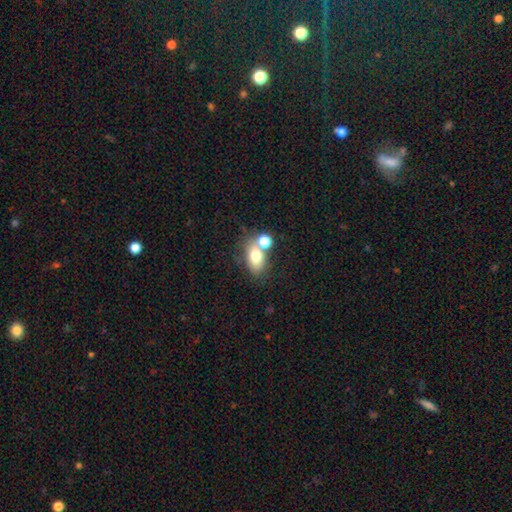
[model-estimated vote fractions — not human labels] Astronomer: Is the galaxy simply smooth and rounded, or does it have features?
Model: smooth — 72%.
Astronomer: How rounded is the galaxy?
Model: in between — 76%.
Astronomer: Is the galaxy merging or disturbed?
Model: none — 47% (runner-up: merger, 35%).